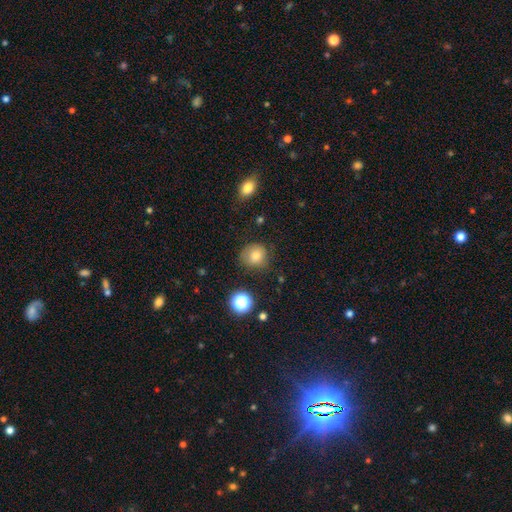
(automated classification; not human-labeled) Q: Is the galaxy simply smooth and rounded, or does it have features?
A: smooth — 76%.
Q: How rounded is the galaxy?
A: round — 85%.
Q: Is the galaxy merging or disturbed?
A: none — 72%.